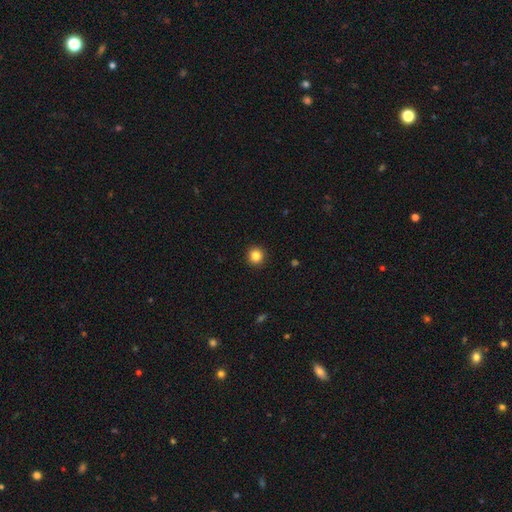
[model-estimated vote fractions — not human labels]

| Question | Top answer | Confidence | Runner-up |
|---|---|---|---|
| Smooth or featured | smooth | 84% | star or artifact (11%) |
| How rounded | round | 95% | in between (4%) |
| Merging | none | 93% | minor disturbance (4%) |